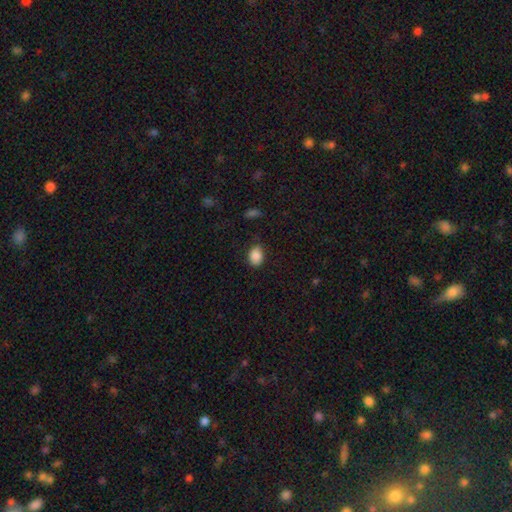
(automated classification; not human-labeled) smooth_or_featured: smooth (p=0.87) [alt: star or artifact p=0.08]
how_rounded: in between (p=0.67) [alt: round p=0.32]
merging: none (p=0.77) [alt: minor disturbance p=0.18]